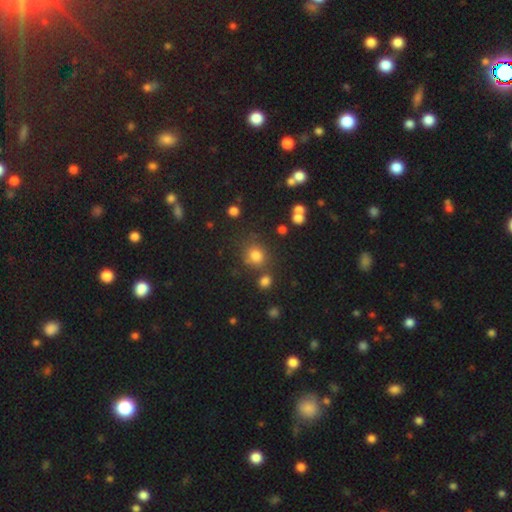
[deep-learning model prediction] Smooth or featured? smooth (77%)
How rounded? round (79%)
Merging? none (71%)